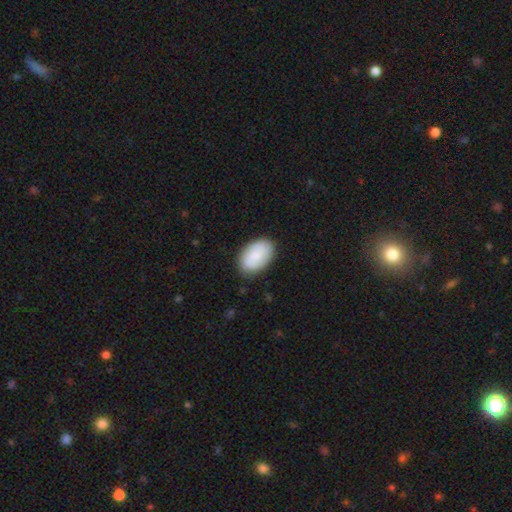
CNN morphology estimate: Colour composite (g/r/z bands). It shows a smooth galaxy with no disk features (66%) that is in between round and cigar-shaped (90%). Merging: none (84%).